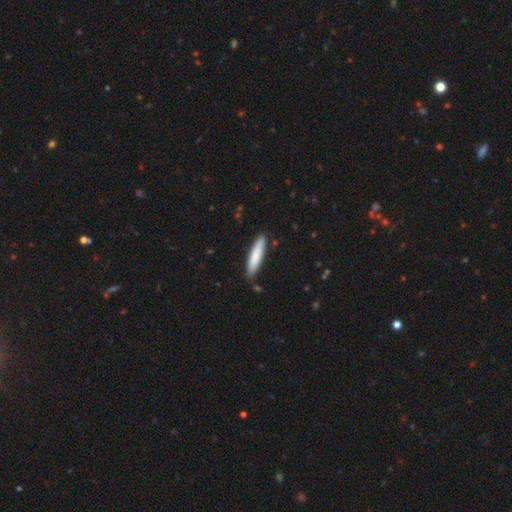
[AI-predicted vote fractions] This appears to be a smooth galaxy with no disk features (82%) that is cigar-shaped (83%). Merging: none (84%).